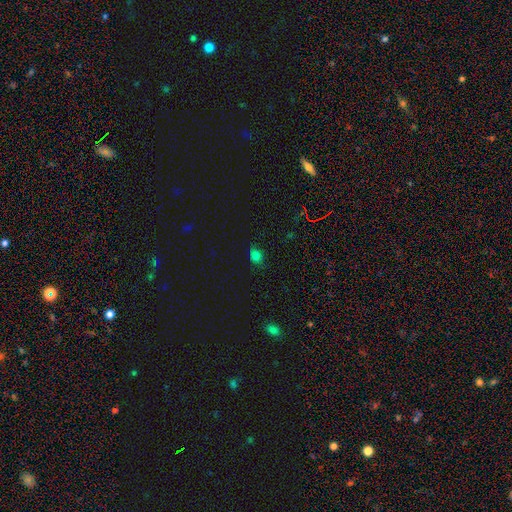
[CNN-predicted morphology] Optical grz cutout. It shows a smooth galaxy with no disk features (75%) that is round (57%). Merging: none (75%).